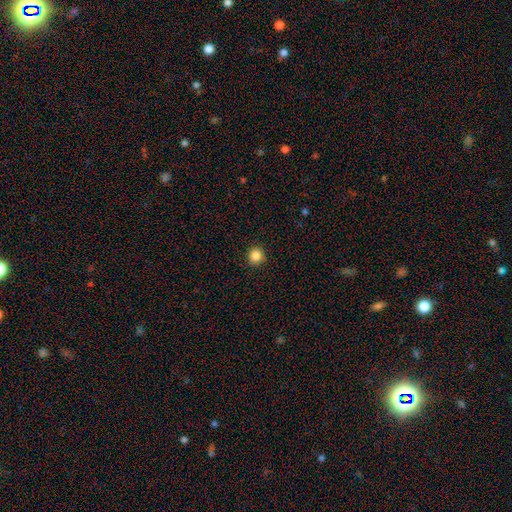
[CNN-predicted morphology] This is clearly a smooth galaxy (85%). How rounded: clearly round (92%). Merging: clearly none (91%).